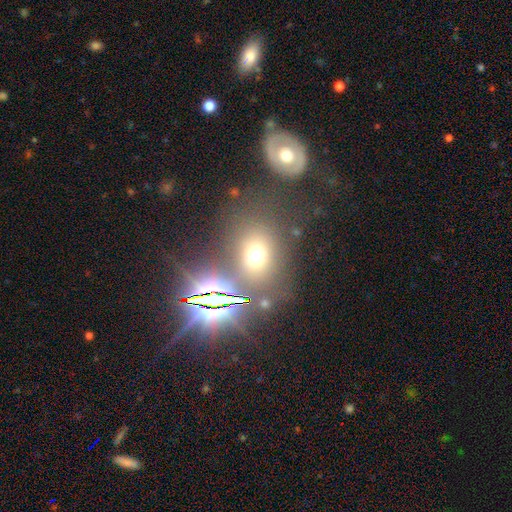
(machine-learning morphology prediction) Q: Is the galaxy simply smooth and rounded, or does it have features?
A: smooth — 58%.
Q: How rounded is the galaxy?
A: in between — 53%.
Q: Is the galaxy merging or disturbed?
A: none — 69%.